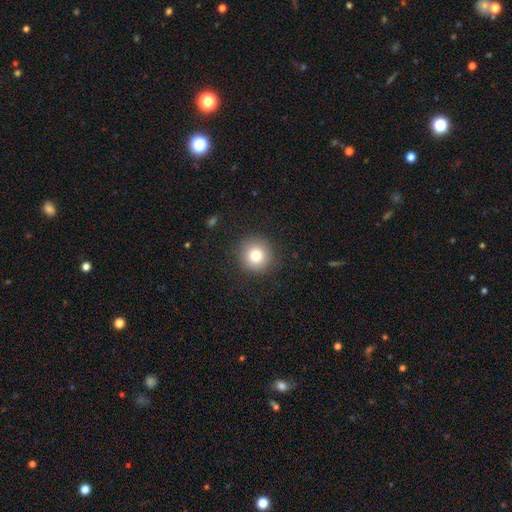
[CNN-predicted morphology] type=smooth (79%); roundness=round (94%); merging=none (89%).